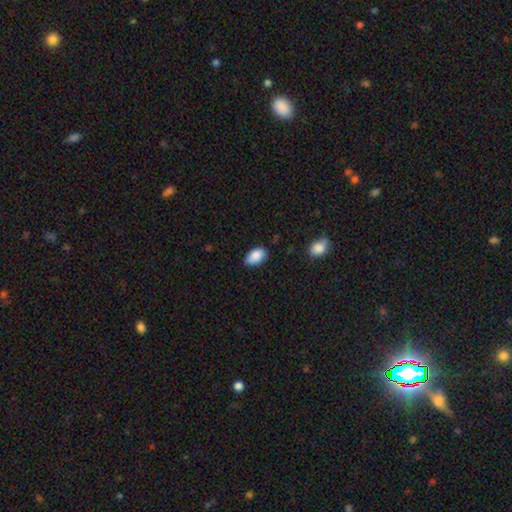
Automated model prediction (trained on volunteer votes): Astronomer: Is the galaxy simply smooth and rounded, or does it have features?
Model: smooth — 88%.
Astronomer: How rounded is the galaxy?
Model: in between — 92%.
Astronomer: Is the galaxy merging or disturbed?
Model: none — 73%.